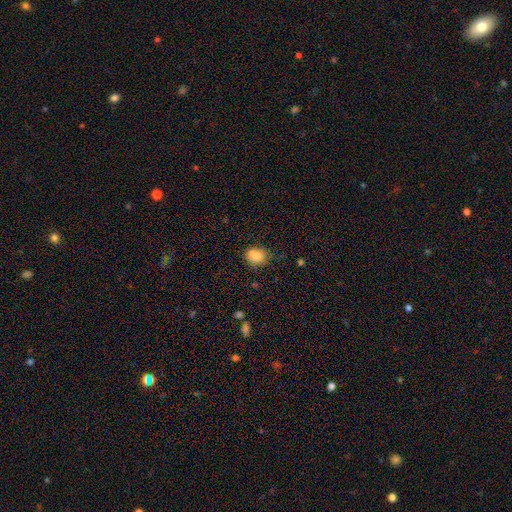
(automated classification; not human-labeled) Overall: smooth (80%). How rounded: round (54%; in between 45%). Merging: none (60%; minor disturbance 22%).